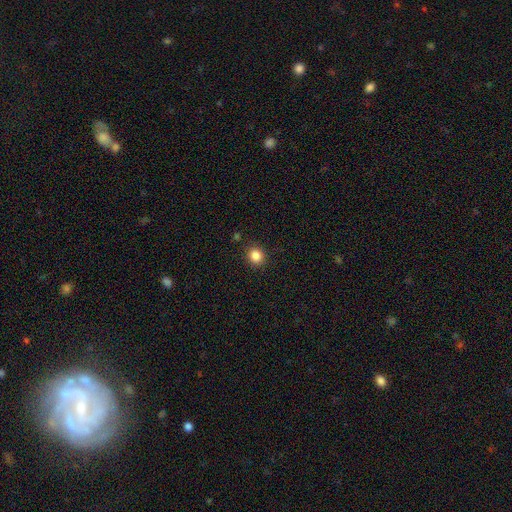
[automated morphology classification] Smooth or featured: smooth — 85% (star or artifact — 11%)
How rounded: round — 85% (in between — 14%)
Merging: none — 89% (minor disturbance — 7%)